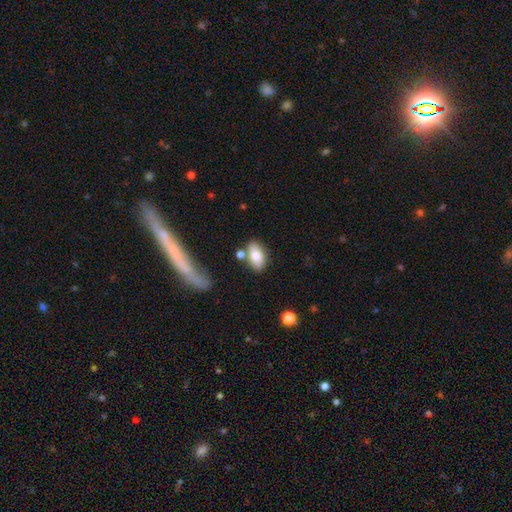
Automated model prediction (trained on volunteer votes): Smooth or featured: smooth — 78% (featured or disk — 15%)
How rounded: in between — 90% (round — 6%)
Merging: none — 71% (minor disturbance — 14%)